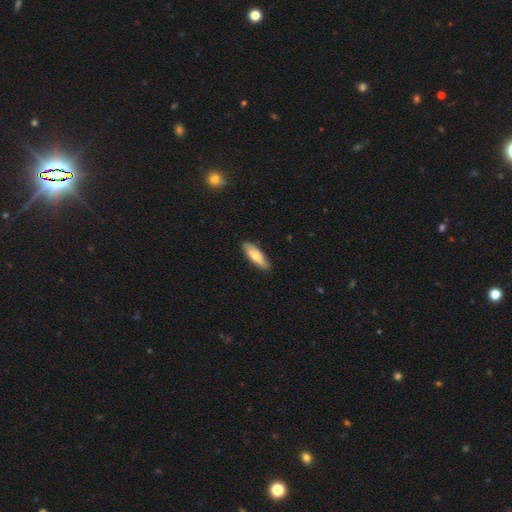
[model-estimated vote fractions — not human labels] This appears to be a smooth galaxy with no disk features (74%) that is in between round and cigar-shaped (51%). Merging: none (86%).